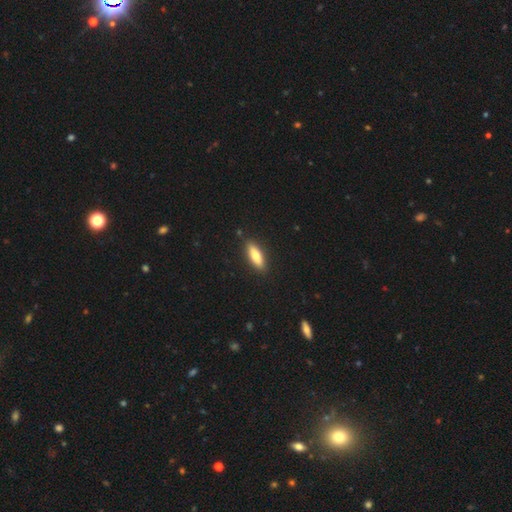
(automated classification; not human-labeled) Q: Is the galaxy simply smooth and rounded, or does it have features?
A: smooth — 73%.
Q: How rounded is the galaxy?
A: cigar-shaped — 50%.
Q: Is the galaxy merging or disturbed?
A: none — 89%.